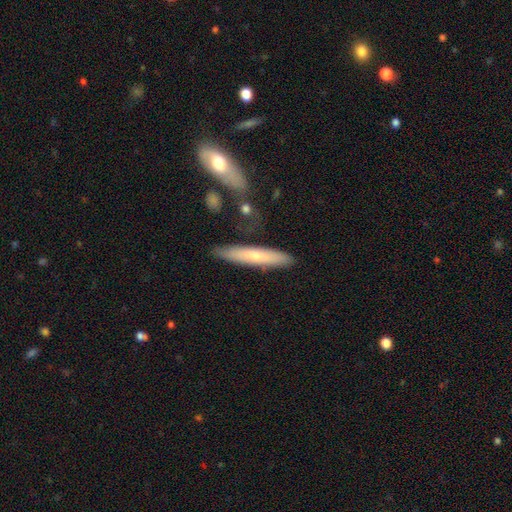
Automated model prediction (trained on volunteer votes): smooth 63%, featured or disk 31%, star or artifact 6%. Down the decision tree: how rounded — cigar-shaped (89%); merging — none (81%).